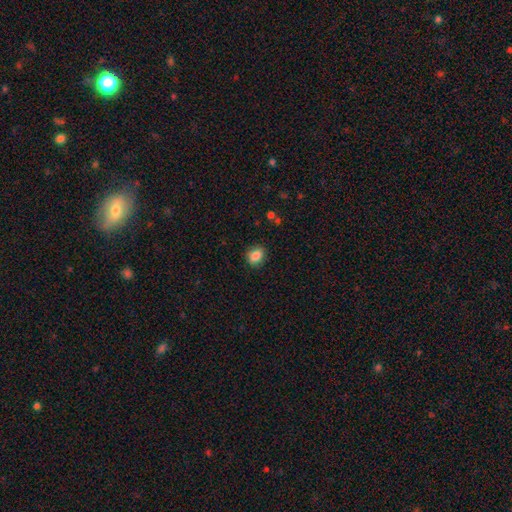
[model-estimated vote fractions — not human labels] A smooth galaxy with no disk features (85%) that is round (50%). Merging: none (87%).